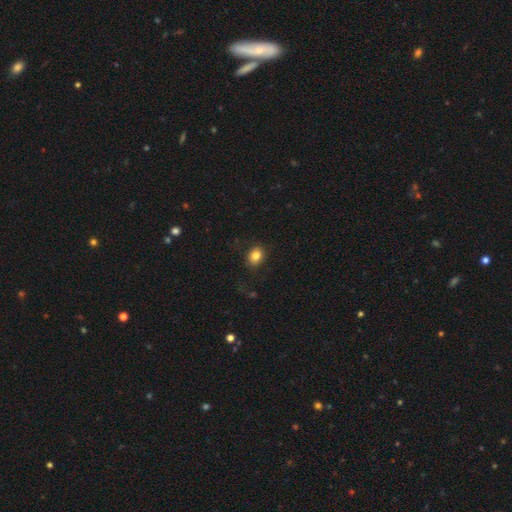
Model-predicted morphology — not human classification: This appears to be a smooth galaxy with no disk features (83%) that is in between round and cigar-shaped (53%). Merging: none (84%).